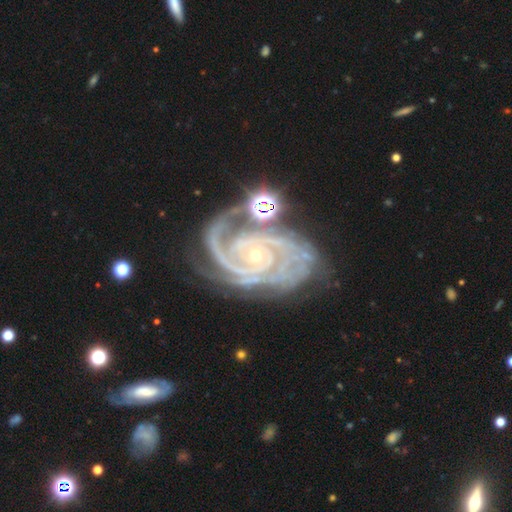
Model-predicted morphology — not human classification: featured or disk 92%, star or artifact 6%, smooth 2%. Down the decision tree: edge-on disk — no (98%); bar — no (71%); spiral arms — yes (99%); spiral arm count — 2 (34%); spiral winding — tight (71%); bulge size — small (82%); merging — none (56%).